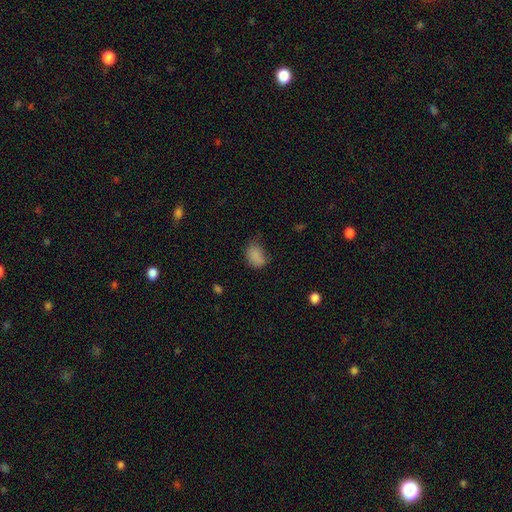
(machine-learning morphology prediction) Overall: smooth (83%). How rounded: in between (77%). Merging: none (48%; minor disturbance 35%).